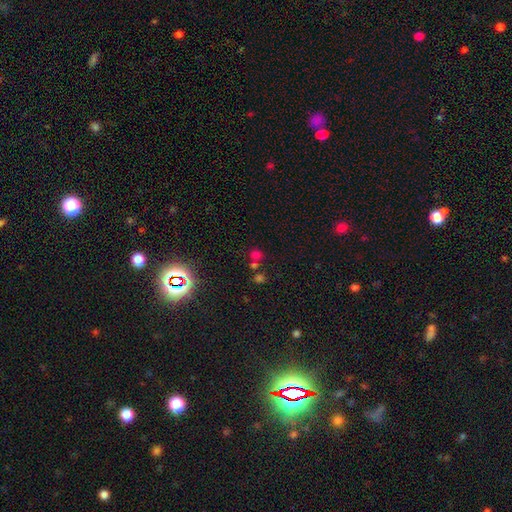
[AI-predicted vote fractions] smooth_or_featured: smooth (p=0.52) [alt: star or artifact p=0.40]
how_rounded: round (p=0.80) [alt: in between p=0.19]
merging: none (p=0.57) [alt: merger p=0.30]